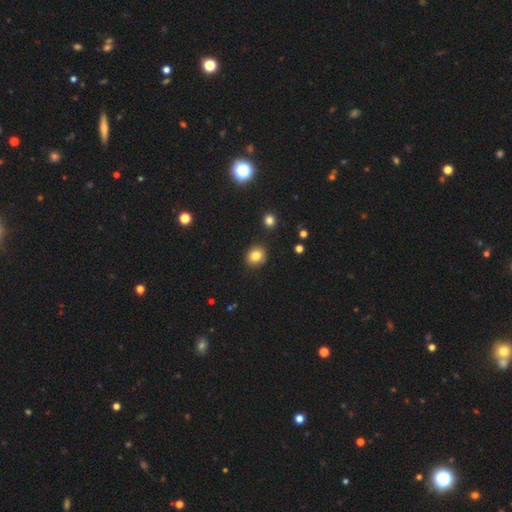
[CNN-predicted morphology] The model was most divided on "how rounded": round: 74%, in between: 25%, cigar-shaped: 1%. More confident: merging — none (88%); smooth or featured — smooth (82%).